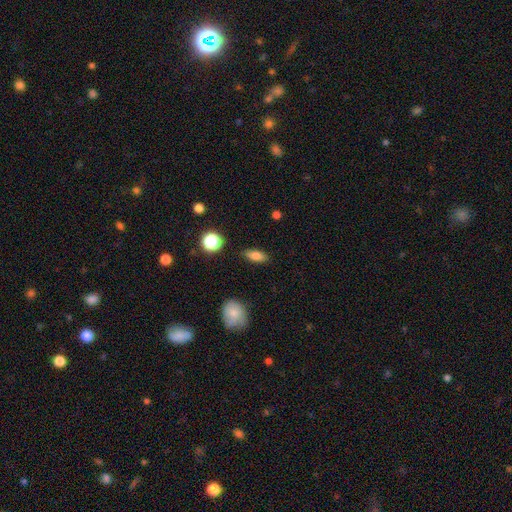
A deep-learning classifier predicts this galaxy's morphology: smooth-or-featured: smooth: 81% | featured or disk: 10% | star or artifact: 10%
  how-rounded: in between: 77% | cigar-shaped: 17% | round: 6%
  merging: none: 86% | minor disturbance: 10% | major disturbance: 2% | merger: 2%